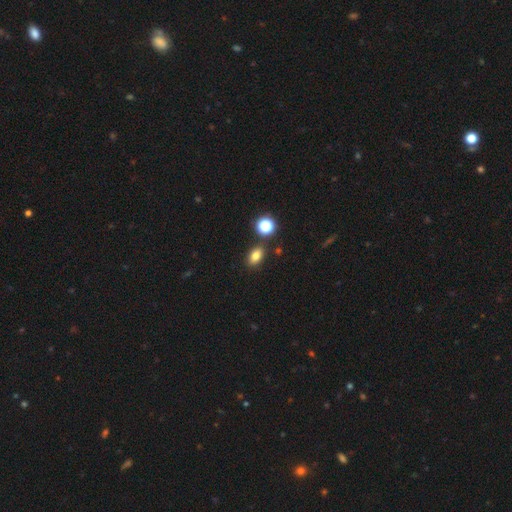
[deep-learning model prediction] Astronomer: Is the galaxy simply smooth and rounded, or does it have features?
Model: smooth — 79%.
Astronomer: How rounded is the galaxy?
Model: in between — 79%.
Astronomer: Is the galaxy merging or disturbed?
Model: none — 82%.